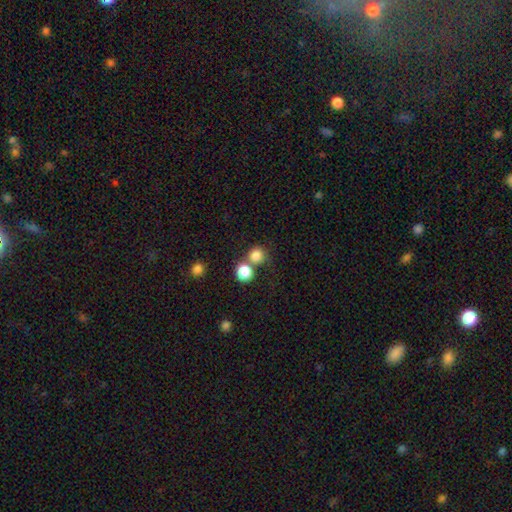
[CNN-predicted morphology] This appears to be a smooth galaxy with no disk features (82%) that is round (89%). Merging: none (52%).